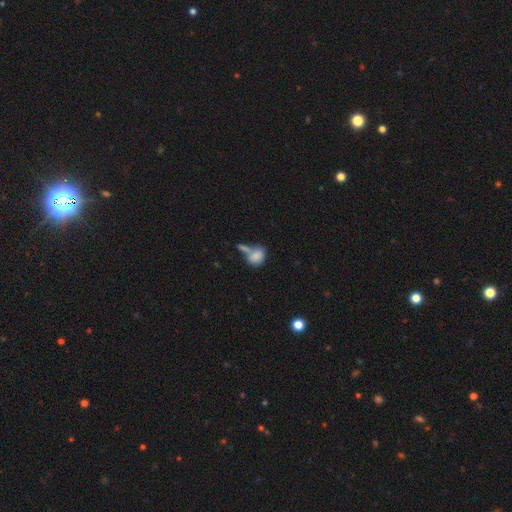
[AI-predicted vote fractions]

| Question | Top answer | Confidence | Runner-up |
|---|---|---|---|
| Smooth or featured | smooth | 80% | featured or disk (12%) |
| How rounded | in between | 66% | round (31%) |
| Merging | merger | 45% | none (33%) |